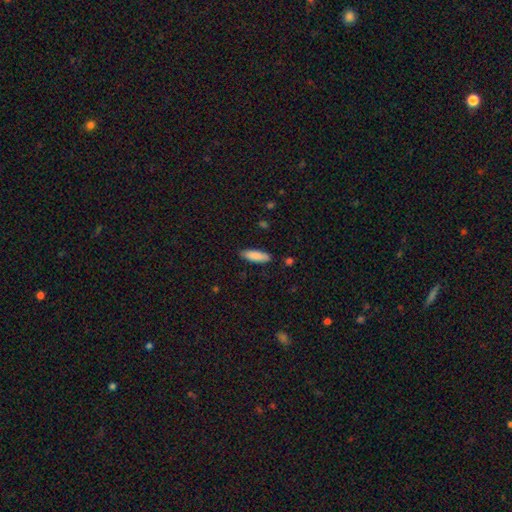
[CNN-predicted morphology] type=smooth (87%); roundness=in between (52%); merging=none (85%).